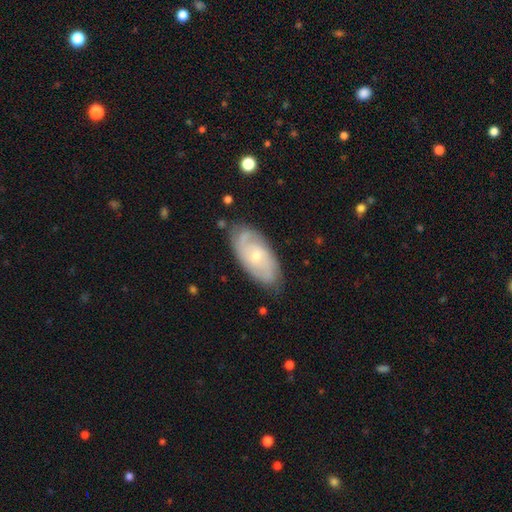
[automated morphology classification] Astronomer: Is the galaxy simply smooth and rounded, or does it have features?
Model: featured or disk — 73%.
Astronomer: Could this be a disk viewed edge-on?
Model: no — 93%.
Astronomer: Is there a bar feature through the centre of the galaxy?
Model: no — 67%.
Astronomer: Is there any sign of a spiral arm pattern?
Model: yes — 91%.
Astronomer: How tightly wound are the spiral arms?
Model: tight — 57% (runner-up: medium, 33%).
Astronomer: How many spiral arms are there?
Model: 2 — 40% (runner-up: can't tell, 34%).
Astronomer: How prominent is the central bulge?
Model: small — 65%.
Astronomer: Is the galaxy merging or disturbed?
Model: none — 77%.